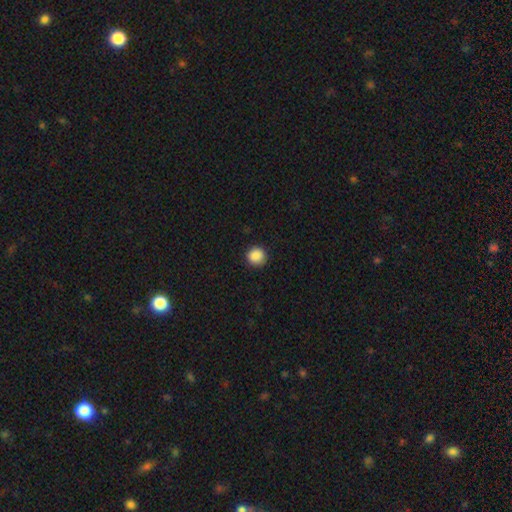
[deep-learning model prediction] This appears to be a smooth galaxy with no disk features (89%) that is round (94%). Merging: none (90%).